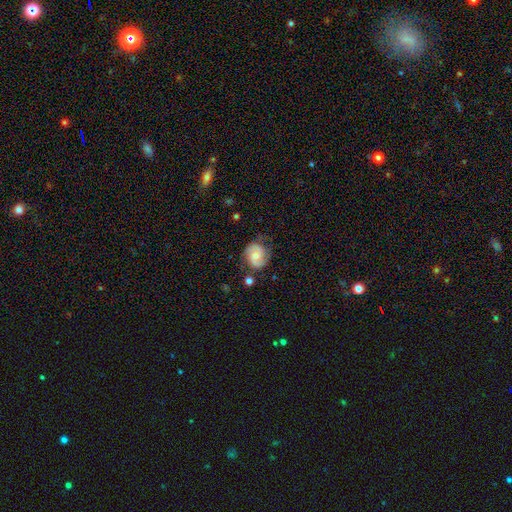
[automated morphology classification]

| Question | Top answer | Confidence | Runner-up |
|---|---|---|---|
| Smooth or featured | featured or disk | 68% | smooth (25%) |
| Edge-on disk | no | 98% | yes (2%) |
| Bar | no | 61% | weak (33%) |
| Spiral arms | yes | 94% | no (6%) |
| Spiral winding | medium | 46% | tight (34%) |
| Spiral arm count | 2 | 87% | can't tell (7%) |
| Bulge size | small | 46% | moderate (44%) |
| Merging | none | 72% | minor disturbance (19%) |